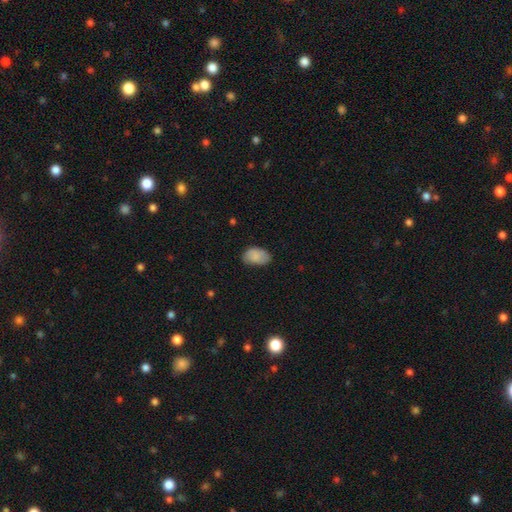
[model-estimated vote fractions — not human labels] Q: Smooth or featured?
A: smooth (83%); runner-up: featured or disk (10%)
Q: How rounded?
A: in between (92%); runner-up: round (7%)
Q: Merging?
A: none (71%); runner-up: minor disturbance (23%)